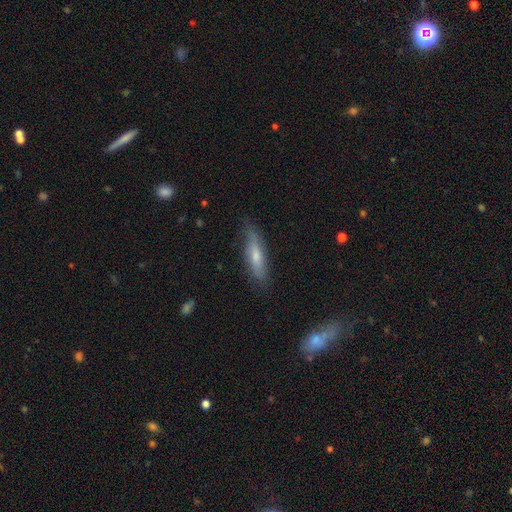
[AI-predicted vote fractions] Smooth or featured? smooth (55%)
How rounded? cigar-shaped (76%)
Merging? none (76%)